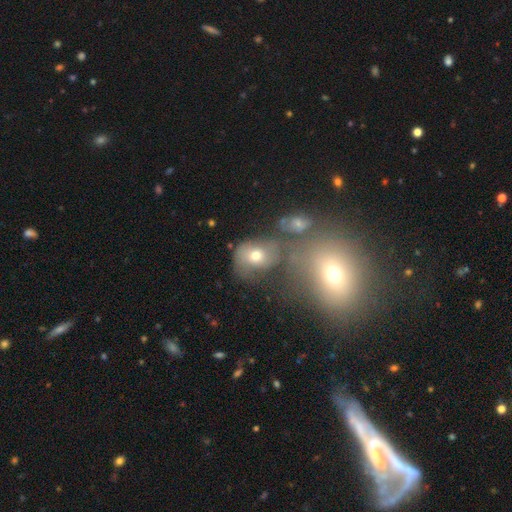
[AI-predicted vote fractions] smooth-or-featured: smooth: 59% | featured or disk: 27% | star or artifact: 14%
  how-rounded: in between: 56% | round: 43% | cigar-shaped: 1%
  merging: none: 35% | merger: 31% | minor disturbance: 18% | major disturbance: 16%